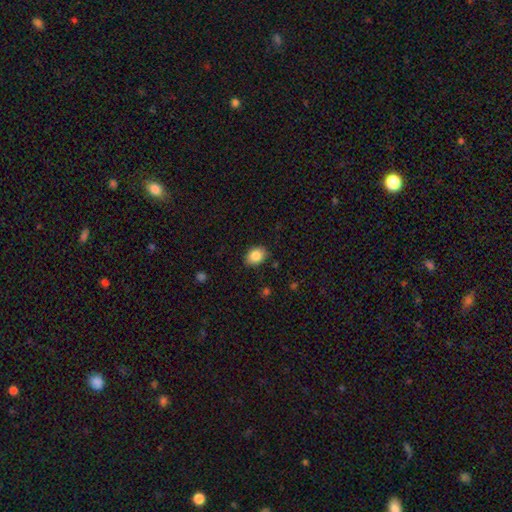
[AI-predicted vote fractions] Q: Smooth or featured?
A: smooth (86%); runner-up: star or artifact (8%)
Q: How rounded?
A: in between (68%); runner-up: round (31%)
Q: Merging?
A: none (84%); runner-up: minor disturbance (12%)